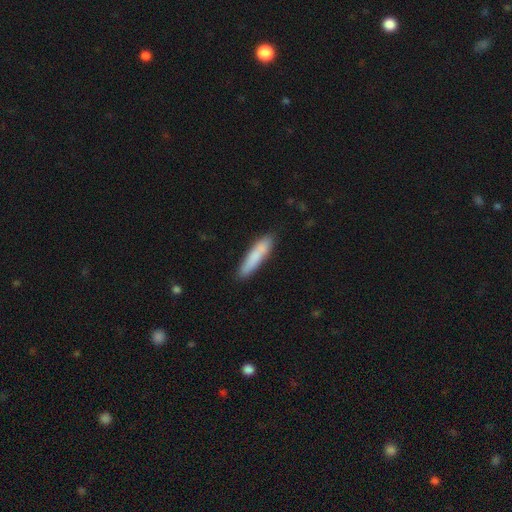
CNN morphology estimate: Q: Smooth or featured?
A: smooth (81%); runner-up: featured or disk (13%)
Q: How rounded?
A: cigar-shaped (85%); runner-up: in between (13%)
Q: Merging?
A: none (84%); runner-up: minor disturbance (12%)